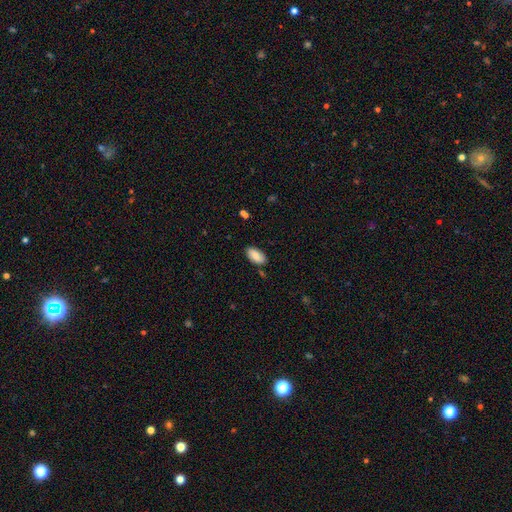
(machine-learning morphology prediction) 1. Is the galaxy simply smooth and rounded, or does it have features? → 81% smooth, 13% featured or disk, 7% star or artifact.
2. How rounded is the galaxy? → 93% in between, 4% cigar-shaped, 2% round.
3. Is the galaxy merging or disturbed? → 82% none, 13% minor disturbance, 2% merger, 2% major disturbance.